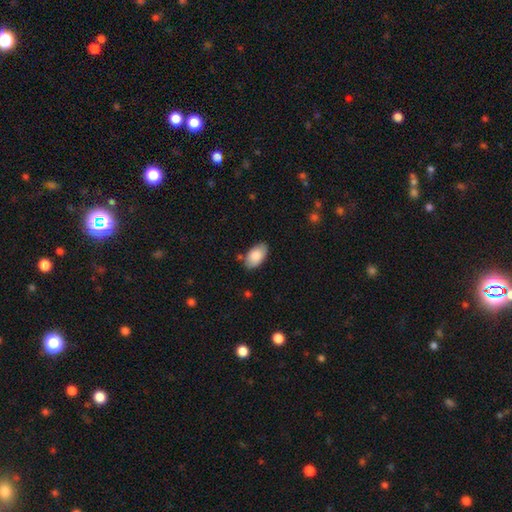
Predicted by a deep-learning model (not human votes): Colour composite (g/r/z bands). It shows a smooth galaxy with no disk features (83%) that is in between round and cigar-shaped (95%). Merging: none (81%).